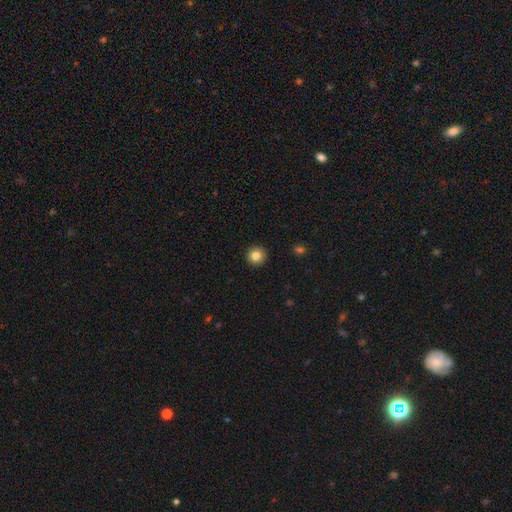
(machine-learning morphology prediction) type=smooth (83%); roundness=round (95%); merging=none (93%).